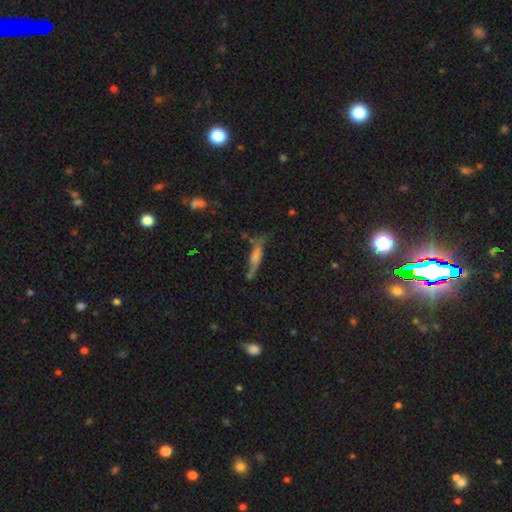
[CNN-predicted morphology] Smooth or featured: featured or disk — 52% (smooth — 35%)
Edge-on disk: yes — 85% (no — 15%)
Merging: none — 64% (minor disturbance — 22%)